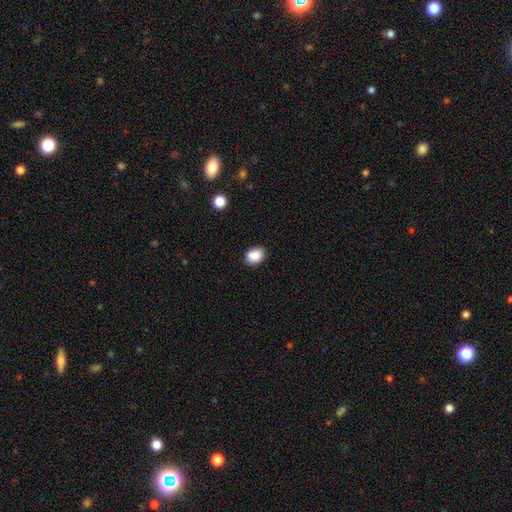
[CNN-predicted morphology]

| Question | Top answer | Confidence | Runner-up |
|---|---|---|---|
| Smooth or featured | smooth | 86% | star or artifact (9%) |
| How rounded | in between | 76% | round (22%) |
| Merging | none | 73% | minor disturbance (18%) |